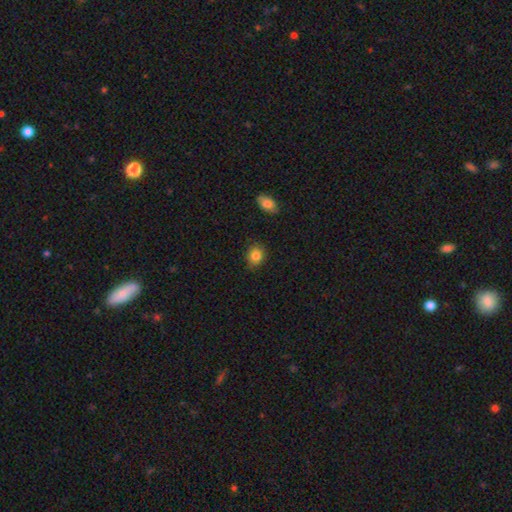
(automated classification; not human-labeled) Overall: smooth (85%). How rounded: round (60%; in between 39%). Merging: none (84%).